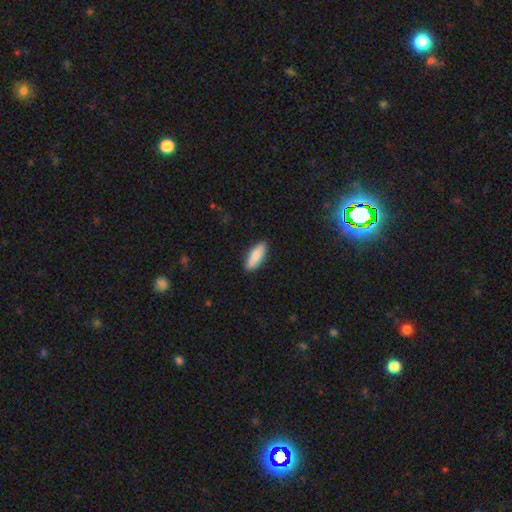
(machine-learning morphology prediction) Smooth or featured?
  - smooth: 86% *
  - featured or disk: 8%
  - star or artifact: 5%
How rounded?
  - in between: 64% *
  - cigar-shaped: 34%
  - round: 2%
Merging?
  - none: 89% *
  - minor disturbance: 8%
  - major disturbance: 2%
  - merger: 1%